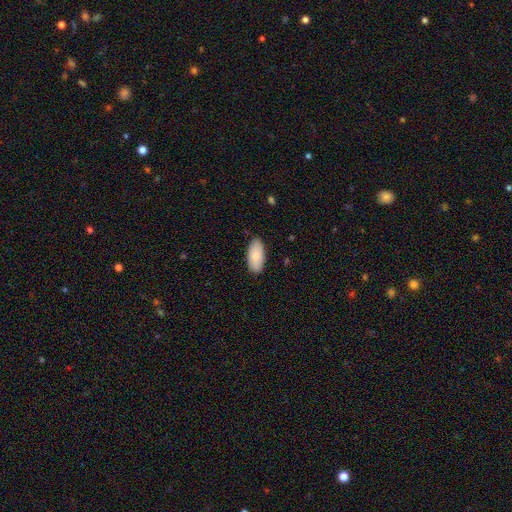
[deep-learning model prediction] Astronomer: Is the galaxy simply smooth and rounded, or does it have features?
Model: smooth — 85%.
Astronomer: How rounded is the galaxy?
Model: in between — 92%.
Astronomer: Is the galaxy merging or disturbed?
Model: none — 85%.